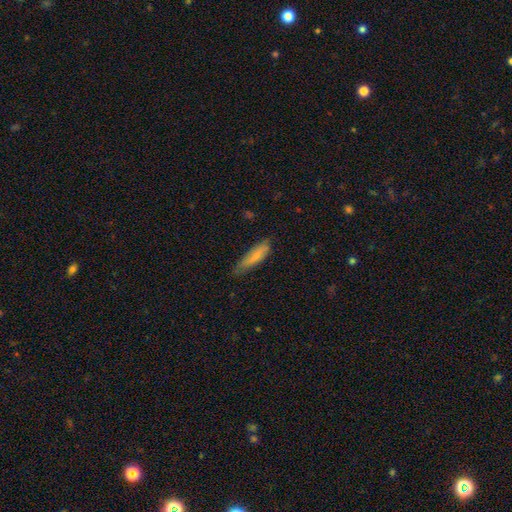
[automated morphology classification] A smooth galaxy with no disk features (71%) that is cigar-shaped (63%). Merging: none (65%).